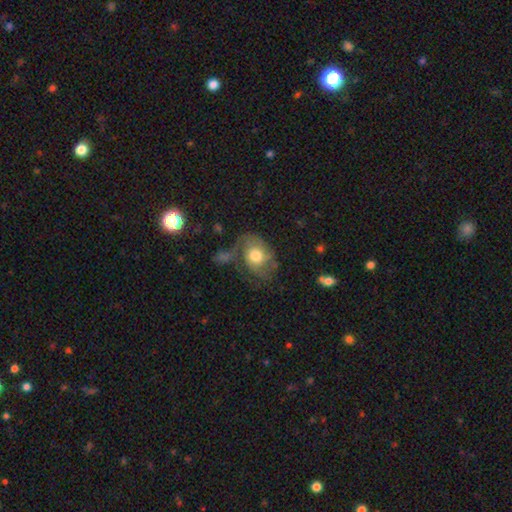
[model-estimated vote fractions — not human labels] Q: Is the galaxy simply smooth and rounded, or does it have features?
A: featured or disk — 50%.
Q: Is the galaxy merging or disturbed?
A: none — 40%.